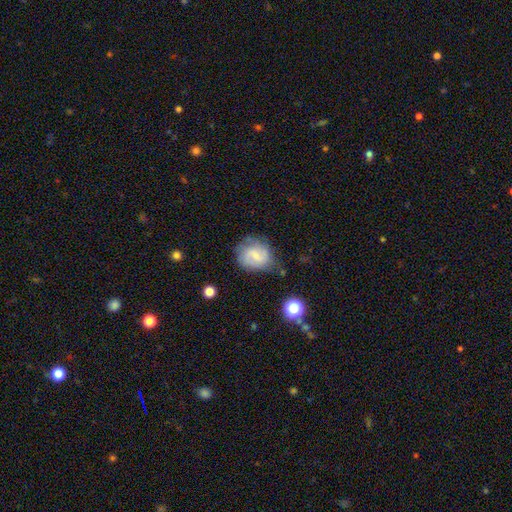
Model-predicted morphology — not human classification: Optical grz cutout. It shows a smooth galaxy with no disk features (48%). Merging: none (59%).